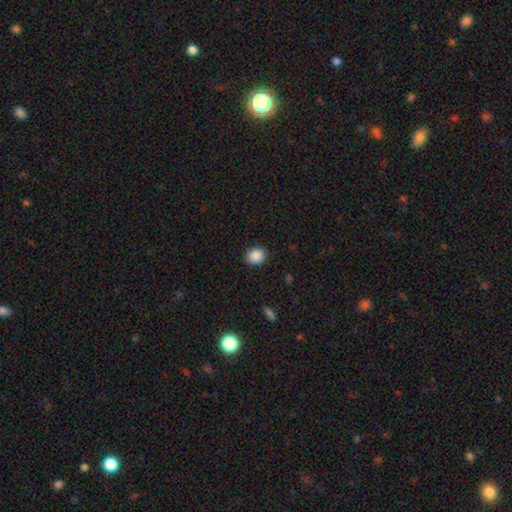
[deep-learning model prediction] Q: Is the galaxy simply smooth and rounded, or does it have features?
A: smooth — 89%.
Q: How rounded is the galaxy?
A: round — 62%.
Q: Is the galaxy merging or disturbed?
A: none — 90%.